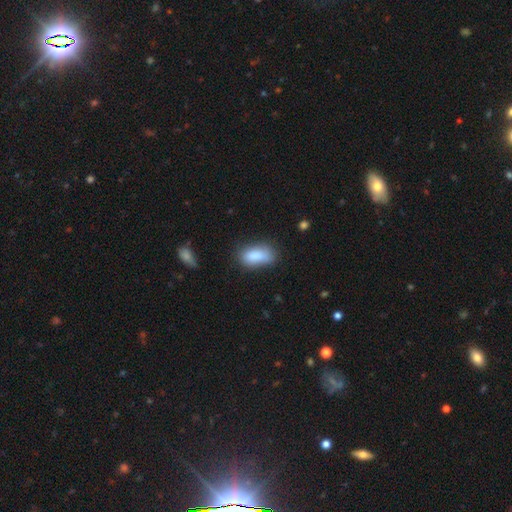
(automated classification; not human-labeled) Smooth or featured: smooth — 85% (featured or disk — 8%)
How rounded: in between — 89% (cigar-shaped — 7%)
Merging: none — 61% (minor disturbance — 27%)